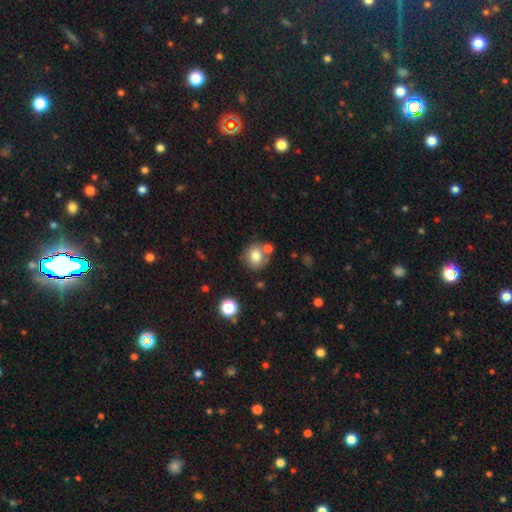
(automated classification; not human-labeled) Smooth or featured?
  - smooth: 77% *
  - featured or disk: 13%
  - star or artifact: 10%
How rounded?
  - round: 78% *
  - in between: 21%
  - cigar-shaped: 1%
Merging?
  - none: 65% *
  - merger: 19%
  - minor disturbance: 12%
  - major disturbance: 4%